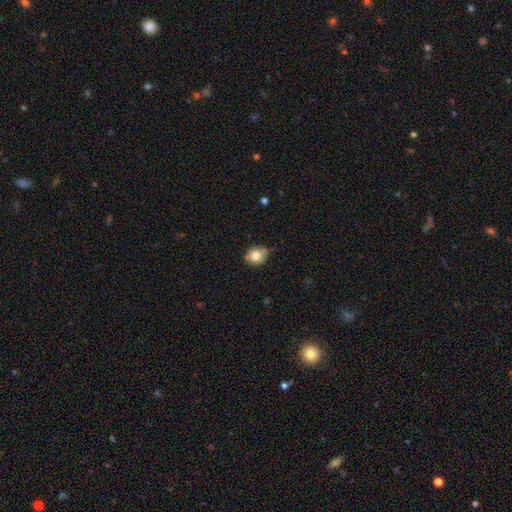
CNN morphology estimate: Smooth or featured?
  - smooth: 77% *
  - featured or disk: 12%
  - star or artifact: 10%
How rounded?
  - round: 81% *
  - in between: 18%
  - cigar-shaped: 1%
Merging?
  - none: 66% *
  - minor disturbance: 24%
  - merger: 6%
  - major disturbance: 4%